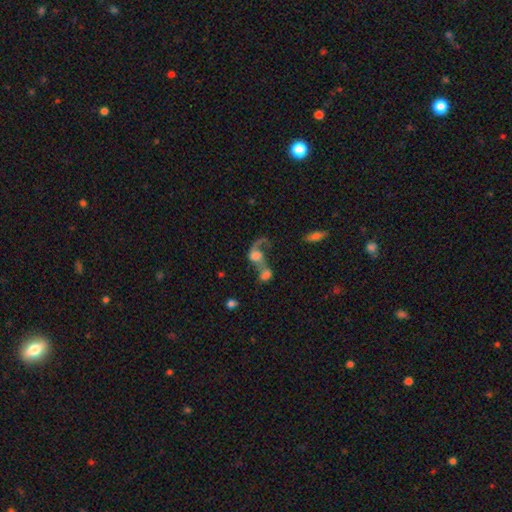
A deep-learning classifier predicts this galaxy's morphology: This appears to be a featured or disk galaxy (51%). Merging: merger (67%).